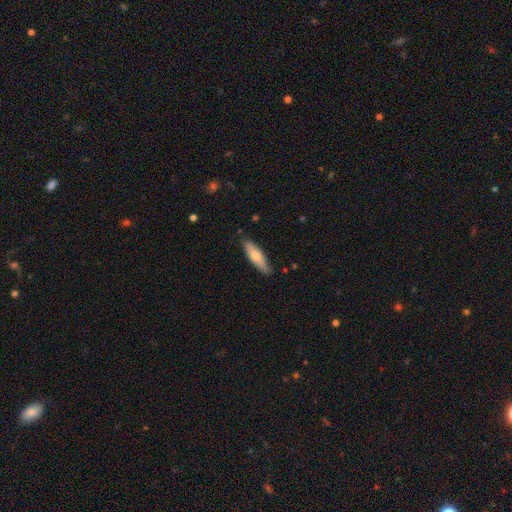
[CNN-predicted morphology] The model was most divided on "how rounded": cigar-shaped: 60%, in between: 38%, round: 2%. More confident: merging — none (83%); smooth or featured — smooth (66%).